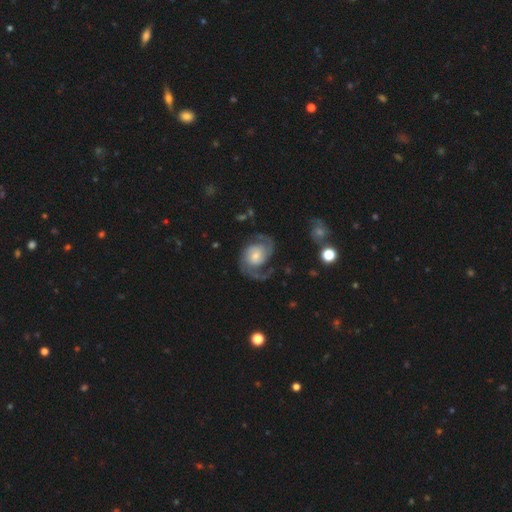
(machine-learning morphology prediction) Smooth or featured: featured or disk — 86% (smooth — 9%)
Edge-on disk: no — 98% (yes — 2%)
Bar: no — 64% (weak — 29%)
Spiral arms: yes — 97% (no — 3%)
Spiral winding: medium — 48% (loose — 27%)
Spiral arm count: 2 — 88% (1 — 4%)
Bulge size: small — 51% (moderate — 34%)
Merging: none — 67% (minor disturbance — 16%)